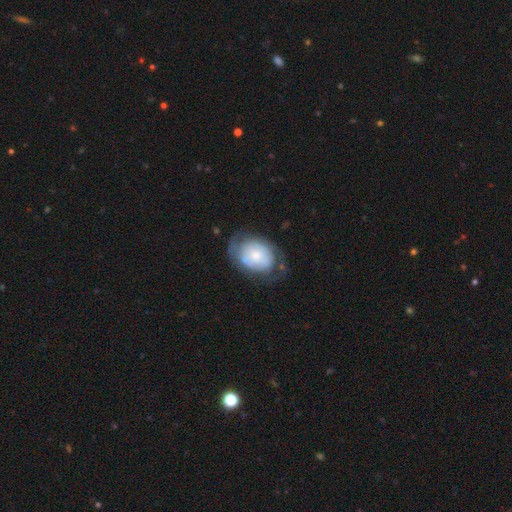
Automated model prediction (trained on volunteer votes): This is possibly a featured or disk galaxy (52%). It is clearly not viewed edge-on (96%). Bar: clearly no (81%). Spiral arm pattern: likely yes (62%). Central bulge: possibly small (52%). Merging: possibly none (48%).